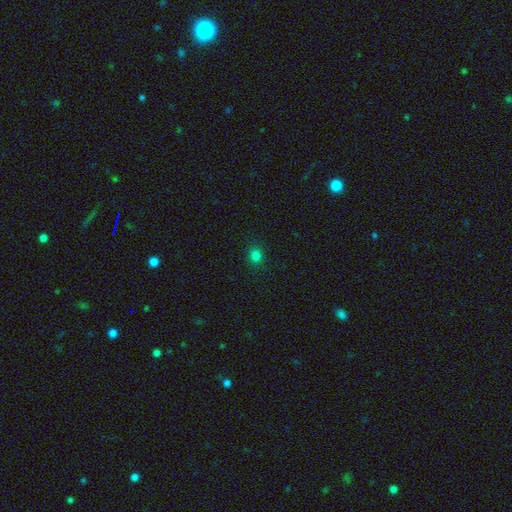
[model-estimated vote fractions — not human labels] A smooth galaxy with no disk features (80%) that is round (70%).

Vote fractions:
- Smooth or featured? smooth: 80% / star or artifact: 16% / featured or disk: 4%
- How rounded? round: 70% / in between: 29% / cigar-shaped: 1%
- Merging? none: 89% / minor disturbance: 8% / major disturbance: 2% / merger: 1%